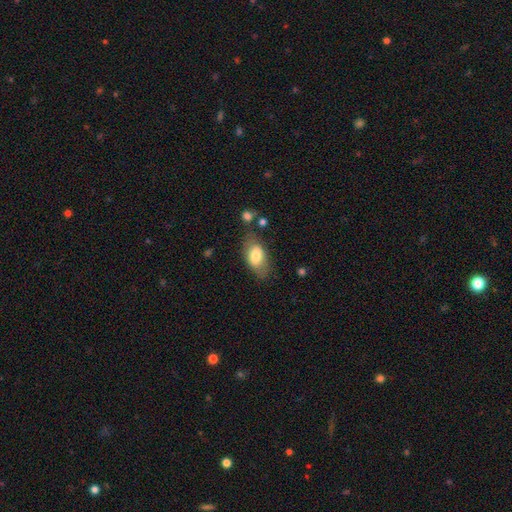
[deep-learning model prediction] Overall: smooth (73%). How rounded: in between (90%). Merging: none (69%).